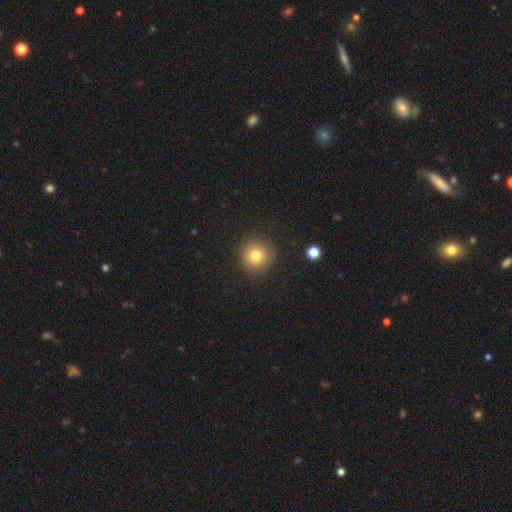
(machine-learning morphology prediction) Smooth or featured?
  - smooth: 79% *
  - star or artifact: 12%
  - featured or disk: 8%
How rounded?
  - round: 94% *
  - in between: 5%
  - cigar-shaped: 1%
Merging?
  - none: 90% *
  - minor disturbance: 6%
  - major disturbance: 3%
  - merger: 1%